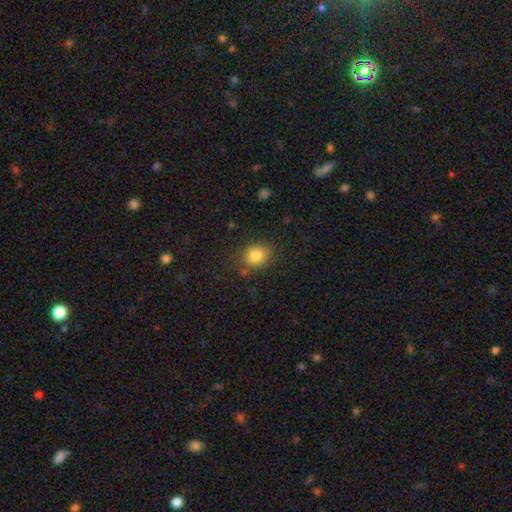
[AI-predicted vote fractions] smooth 83%, star or artifact 11%, featured or disk 7%. Down the decision tree: how rounded — round (76%); merging — none (79%).